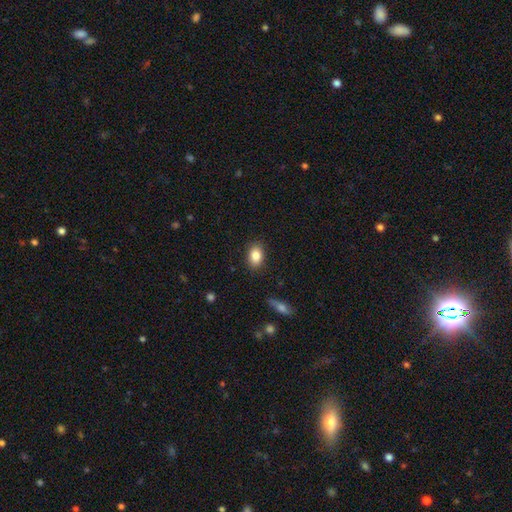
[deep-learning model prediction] smooth-or-featured: smooth: 85% | star or artifact: 8% | featured or disk: 7%
  how-rounded: in between: 80% | round: 18% | cigar-shaped: 1%
  merging: none: 87% | minor disturbance: 10% | major disturbance: 2% | merger: 1%